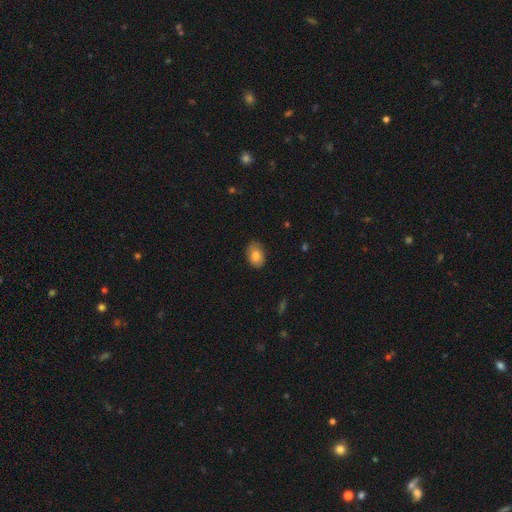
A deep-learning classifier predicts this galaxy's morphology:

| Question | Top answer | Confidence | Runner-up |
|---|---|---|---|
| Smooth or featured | smooth | 82% | featured or disk (11%) |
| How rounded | in between | 86% | round (13%) |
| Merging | none | 84% | minor disturbance (13%) |